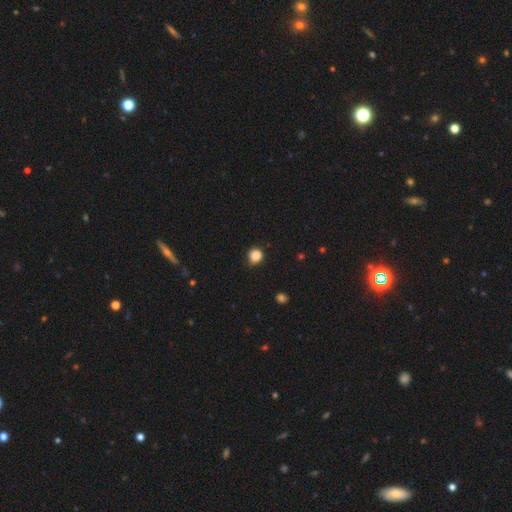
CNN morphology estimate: Q: Smooth or featured?
A: smooth (86%); runner-up: star or artifact (11%)
Q: How rounded?
A: round (86%); runner-up: in between (13%)
Q: Merging?
A: none (83%); runner-up: minor disturbance (13%)